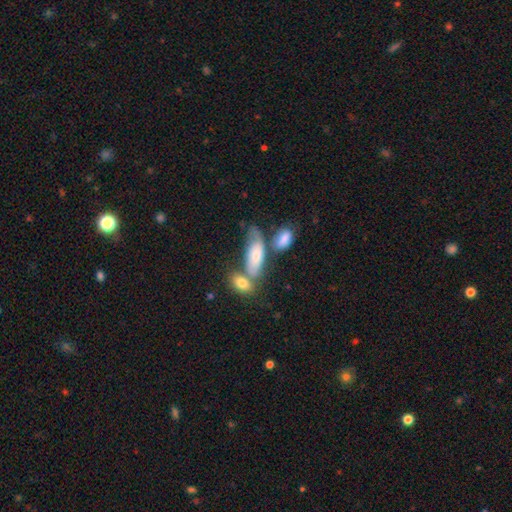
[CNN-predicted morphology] A smooth galaxy with no disk features (44%).

Vote fractions:
- Smooth or featured? smooth: 44% / featured or disk: 43% / star or artifact: 13%
- Merging? merger: 51% / none: 30% / minor disturbance: 12% / major disturbance: 8%